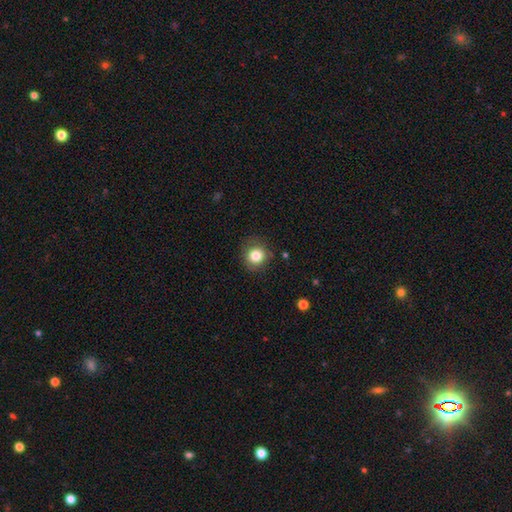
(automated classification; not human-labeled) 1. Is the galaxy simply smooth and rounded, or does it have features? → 82% smooth, 10% star or artifact, 8% featured or disk.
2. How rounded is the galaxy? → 85% round, 14% in between, 1% cigar-shaped.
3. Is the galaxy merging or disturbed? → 82% none, 12% minor disturbance, 4% major disturbance, 1% merger.